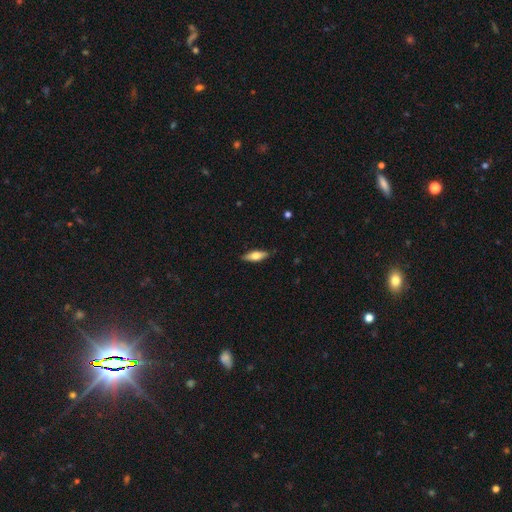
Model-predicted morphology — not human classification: Smooth or featured? smooth (60%)
How rounded? in between (58%)
Merging? none (87%)